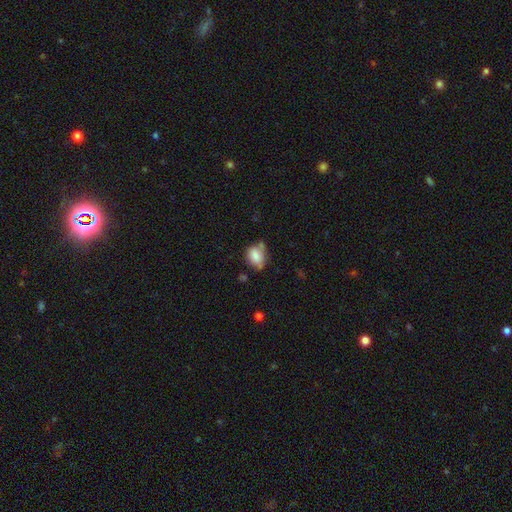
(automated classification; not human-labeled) Overall: smooth (76%). How rounded: in between (64%; round 35%). Merging: none (47%; minor disturbance 29%).